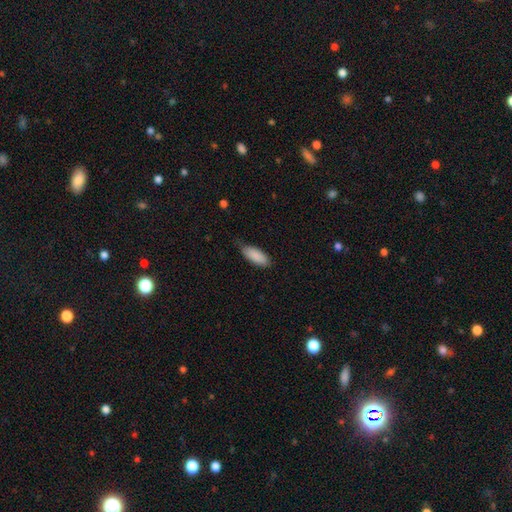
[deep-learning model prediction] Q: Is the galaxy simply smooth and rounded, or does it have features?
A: smooth — 89%.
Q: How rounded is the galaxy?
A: in between — 80%.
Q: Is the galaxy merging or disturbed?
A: none — 66%.